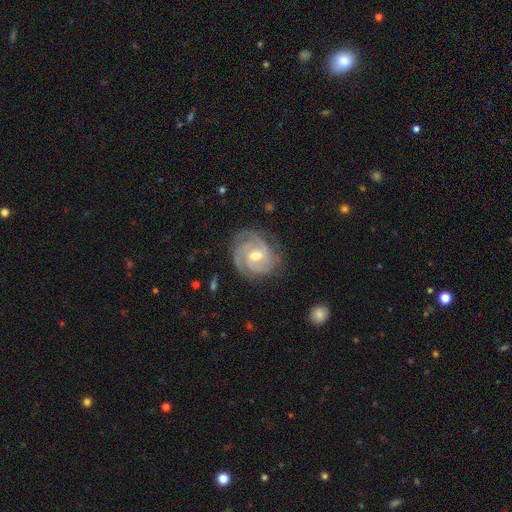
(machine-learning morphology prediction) This appears to be a featured or disk galaxy (89%) with a weak bar (51%), 3 (42%) tight (63%) spiral arms (97%) and a moderate central bulge (65%). Merging: none (76%).